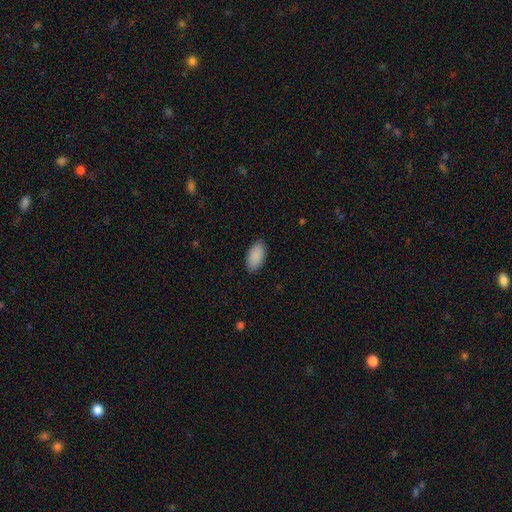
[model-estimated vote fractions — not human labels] smooth 91%, star or artifact 6%, featured or disk 4%. Down the decision tree: how rounded — in between (95%); merging — none (87%).